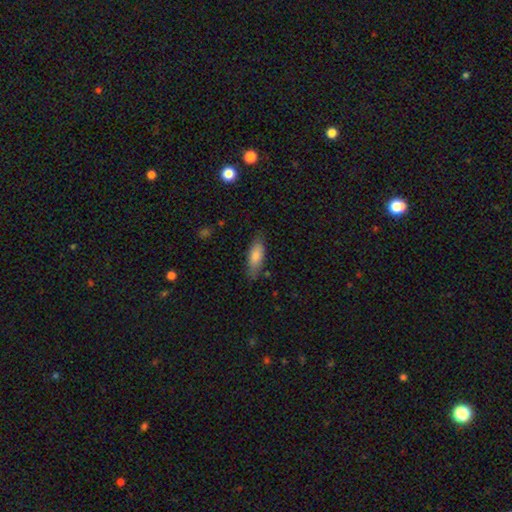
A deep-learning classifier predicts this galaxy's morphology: This appears to be a smooth galaxy with no disk features (77%) that is in between round and cigar-shaped (64%). Merging: none (79%).